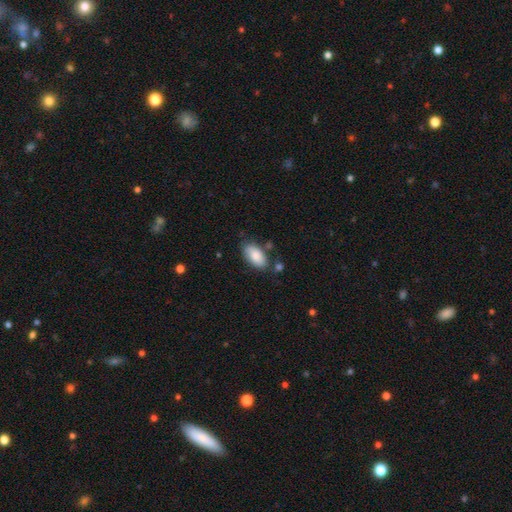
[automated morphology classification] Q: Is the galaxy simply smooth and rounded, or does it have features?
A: smooth — 85%.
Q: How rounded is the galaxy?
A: in between — 94%.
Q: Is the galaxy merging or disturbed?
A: none — 73%.